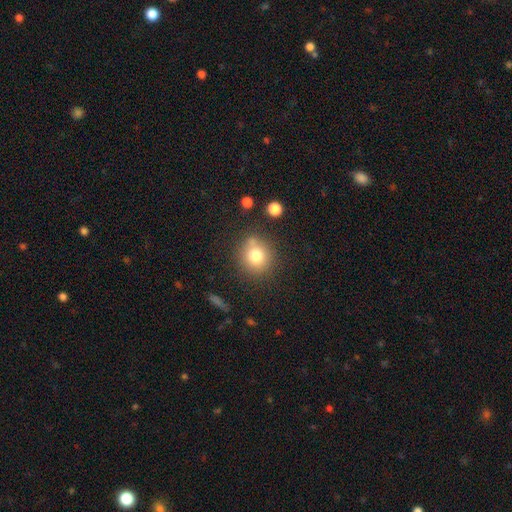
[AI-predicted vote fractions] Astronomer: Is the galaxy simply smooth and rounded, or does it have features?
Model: smooth — 78%.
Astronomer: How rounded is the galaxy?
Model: round — 85%.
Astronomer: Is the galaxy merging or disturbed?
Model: none — 73%.